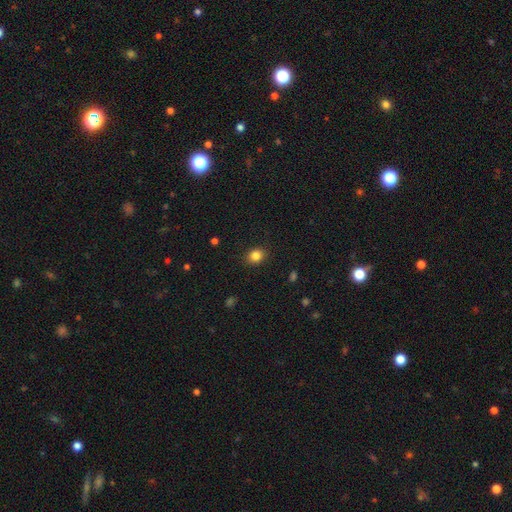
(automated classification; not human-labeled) Overall: smooth (84%). How rounded: round (64%; in between 35%). Merging: none (88%).